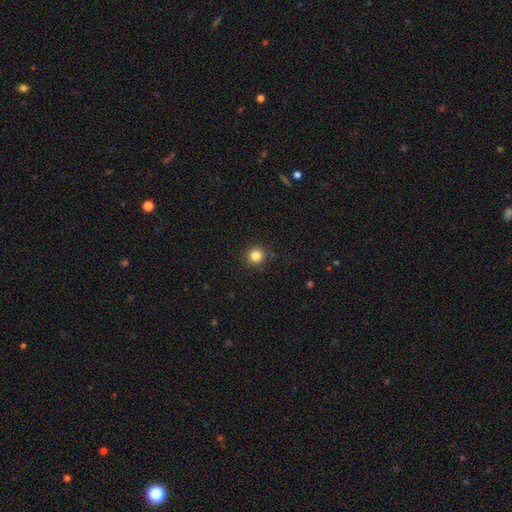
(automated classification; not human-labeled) Smooth or featured: smooth — 84% (star or artifact — 11%)
How rounded: round — 94% (in between — 5%)
Merging: none — 91% (minor disturbance — 6%)